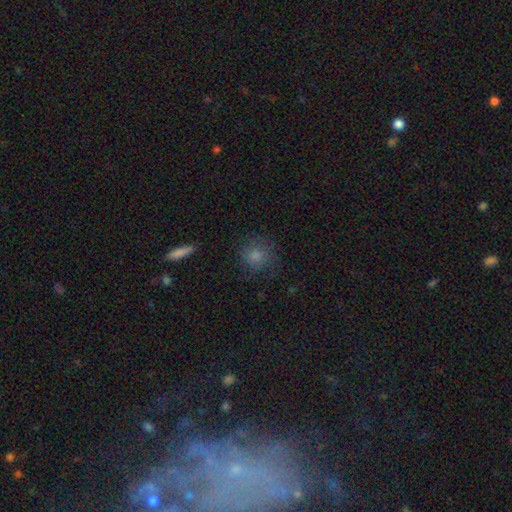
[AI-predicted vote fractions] Smooth or featured: smooth — 71% (star or artifact — 16%)
How rounded: round — 88% (in between — 10%)
Merging: none — 79% (minor disturbance — 14%)